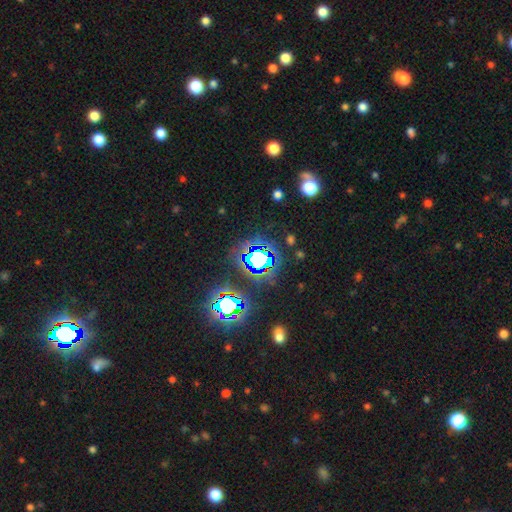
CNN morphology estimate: Smooth or featured?
  - star or artifact: 70% *
  - smooth: 19%
  - featured or disk: 11%